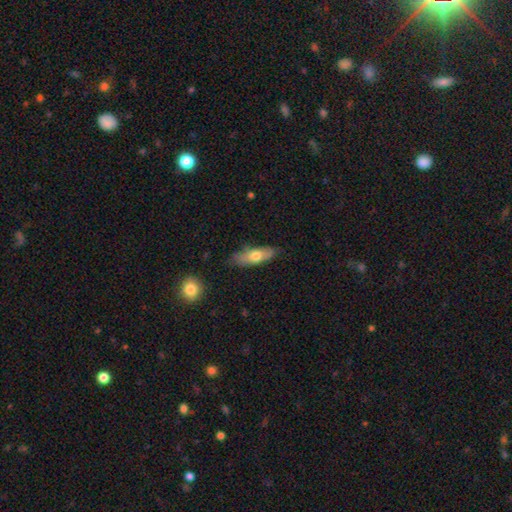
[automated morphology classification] This is likely a smooth galaxy (64%). How rounded: likely in between (64%). Merging: likely none (74%).